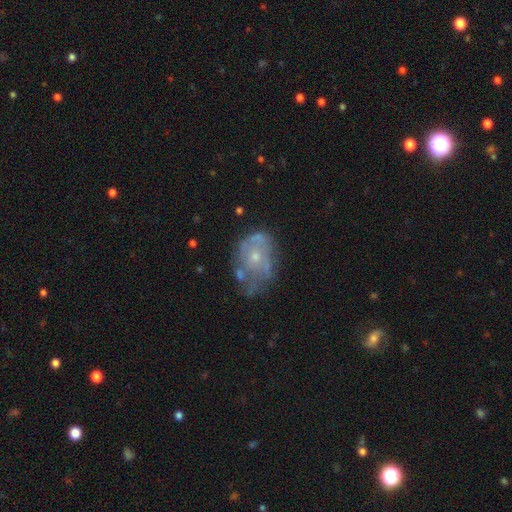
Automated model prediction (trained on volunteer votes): Overall: featured or disk (65%). Edge-on disk: no (97%). Bar: no (86%). Spiral arms: no (58%; yes 42%). Bulge size: small (60%; moderate 34%). Merging: none (43%; minor disturbance 29%).